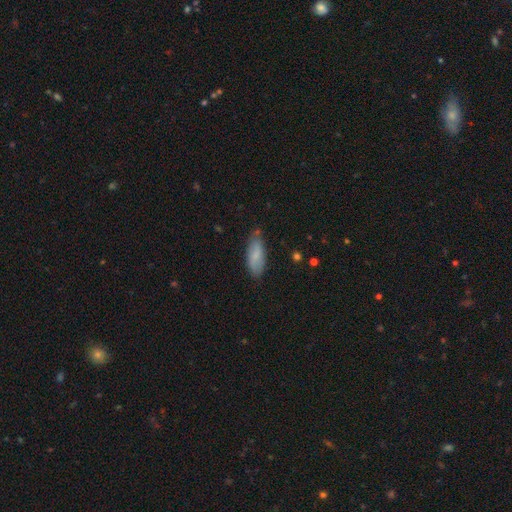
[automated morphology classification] Q: Smooth or featured?
A: smooth (78%); runner-up: featured or disk (16%)
Q: How rounded?
A: in between (73%); runner-up: cigar-shaped (25%)
Q: Merging?
A: none (73%); runner-up: minor disturbance (21%)